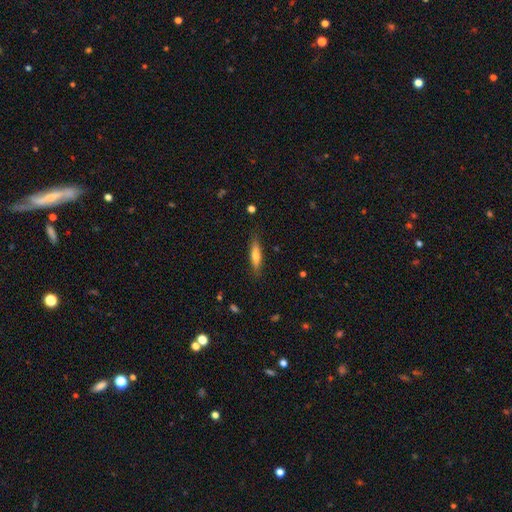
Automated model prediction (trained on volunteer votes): Smooth or featured: smooth — 61% (featured or disk — 33%)
How rounded: cigar-shaped — 80% (in between — 18%)
Merging: none — 86% (minor disturbance — 11%)